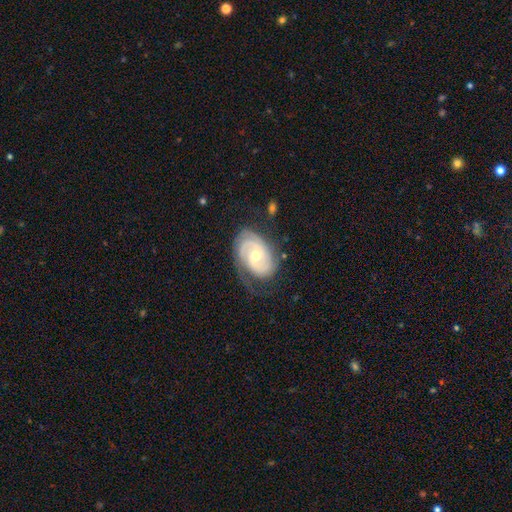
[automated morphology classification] type=featured or disk (86%); edge-on=no (97%); bar=no (61%); spiral arms=yes (96%); winding=tight (63%); arm count=2 (51%); bulge=moderate (61%); merging=none (66%).